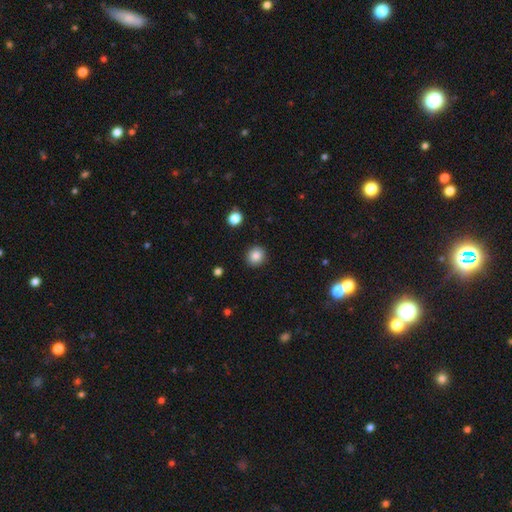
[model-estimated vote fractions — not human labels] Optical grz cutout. It shows a smooth galaxy with no disk features (85%) that is round (87%). Merging: none (91%).